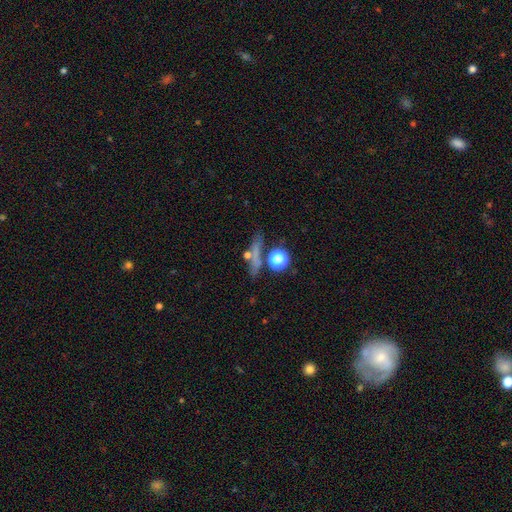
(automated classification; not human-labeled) Overall: smooth (52%; featured or disk 26%). How rounded: cigar-shaped (49%; round 33%). Merging: none (72%).